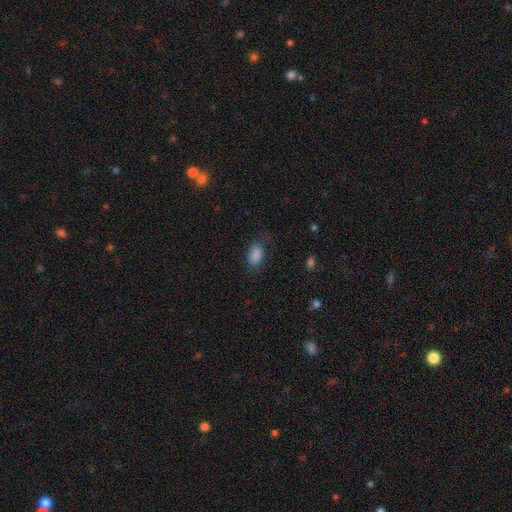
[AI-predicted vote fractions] smooth-or-featured: smooth: 86% | star or artifact: 8% | featured or disk: 5%
  how-rounded: in between: 92% | round: 6% | cigar-shaped: 2%
  merging: none: 68% | minor disturbance: 21% | major disturbance: 9% | merger: 1%